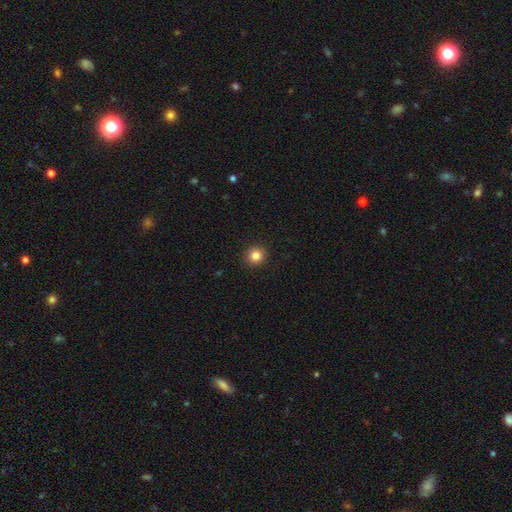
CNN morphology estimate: smooth_or_featured: smooth (p=0.84) [alt: star or artifact p=0.11]
how_rounded: round (p=0.92) [alt: in between p=0.07]
merging: none (p=0.92) [alt: minor disturbance p=0.05]